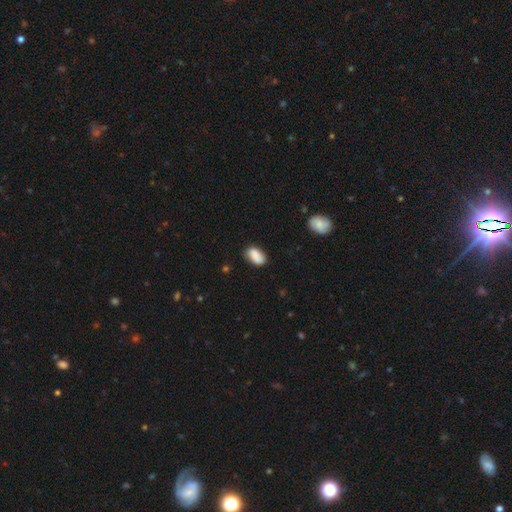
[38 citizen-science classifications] smooth_or_featured: smooth (p=0.84) [alt: star or artifact p=0.11]
how_rounded: in between (p=0.78) [alt: round p=0.16]
merging: none (p=0.59) [alt: minor disturbance p=0.18]